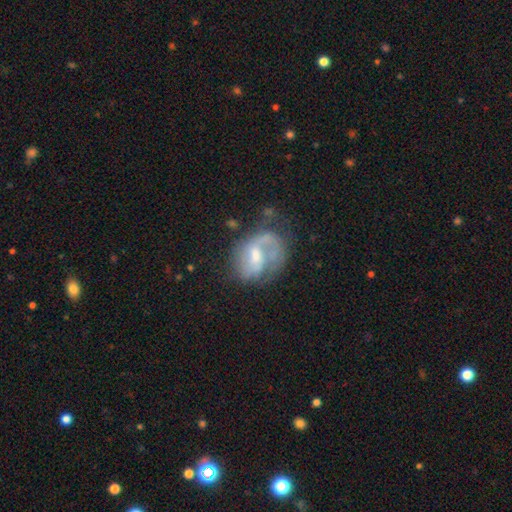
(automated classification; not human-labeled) This appears to be a featured or disk galaxy (69%) with a weak bar (51%), 2 (42%) medium (42%) spiral arms (78%) and a moderate central bulge (48%). Merging: none (47%).